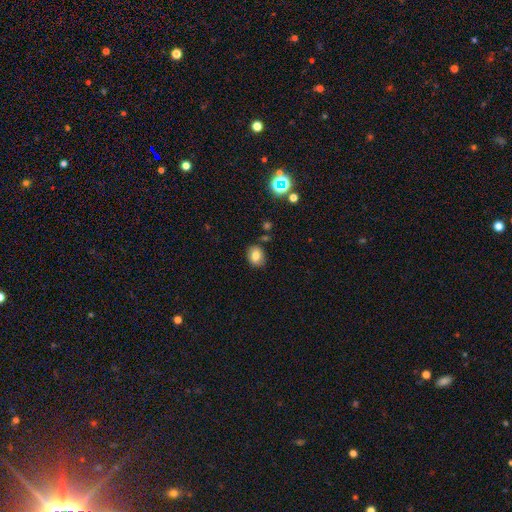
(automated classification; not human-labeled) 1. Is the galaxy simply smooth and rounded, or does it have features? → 78% smooth, 12% star or artifact, 10% featured or disk.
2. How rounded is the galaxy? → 50% in between, 49% round, 1% cigar-shaped.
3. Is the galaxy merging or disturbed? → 82% none, 12% minor disturbance, 4% merger, 3% major disturbance.